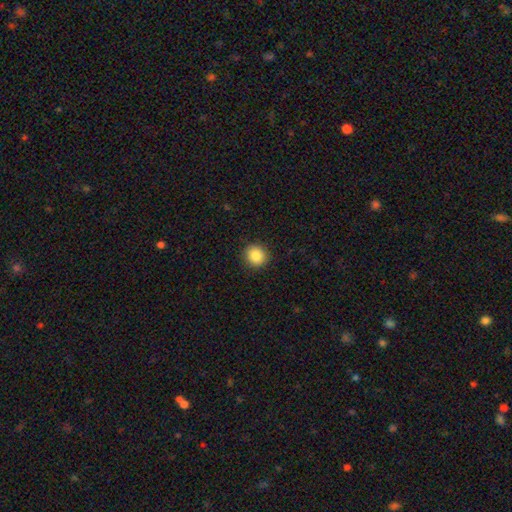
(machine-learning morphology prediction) This is clearly a smooth galaxy (86%). How rounded: clearly round (90%). Merging: clearly none (91%).